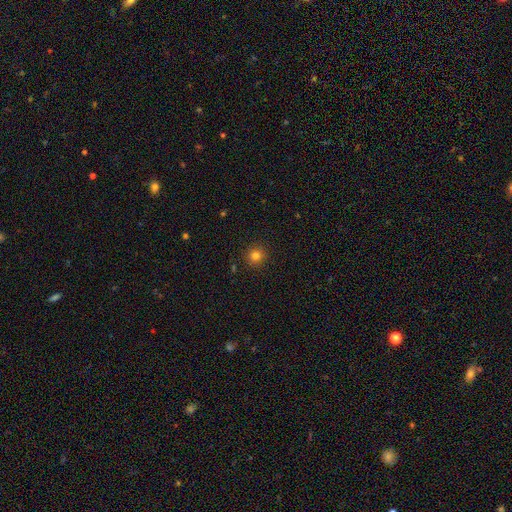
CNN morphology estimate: Smooth or featured?
  - smooth: 80% *
  - star or artifact: 14%
  - featured or disk: 5%
How rounded?
  - round: 94% *
  - in between: 6%
  - cigar-shaped: 1%
Merging?
  - none: 91% *
  - minor disturbance: 6%
  - major disturbance: 2%
  - merger: 1%